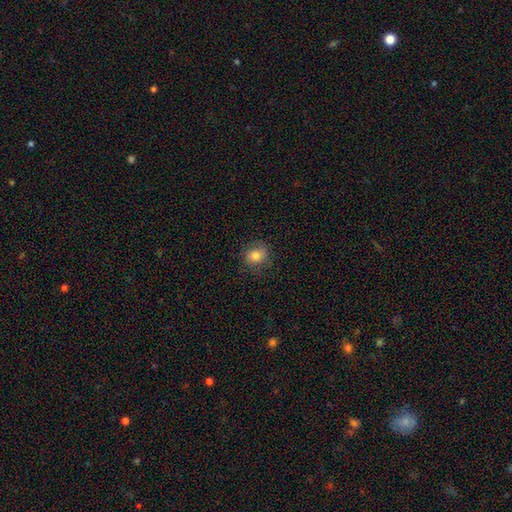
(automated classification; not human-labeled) This appears to be a smooth galaxy with no disk features (74%) that is round (73%). Merging: none (75%).